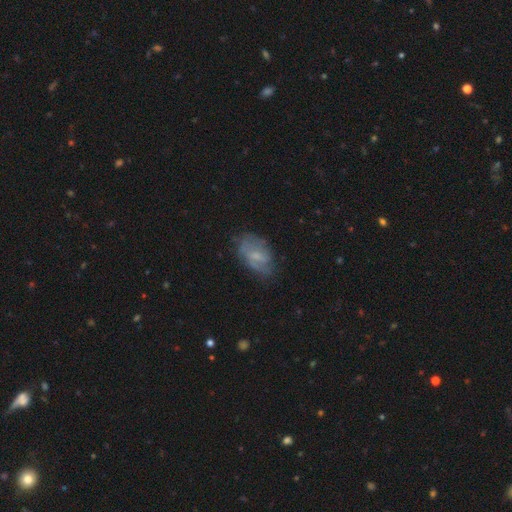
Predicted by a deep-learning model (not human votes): Smooth or featured? featured or disk (47%)
Merging? none (59%)